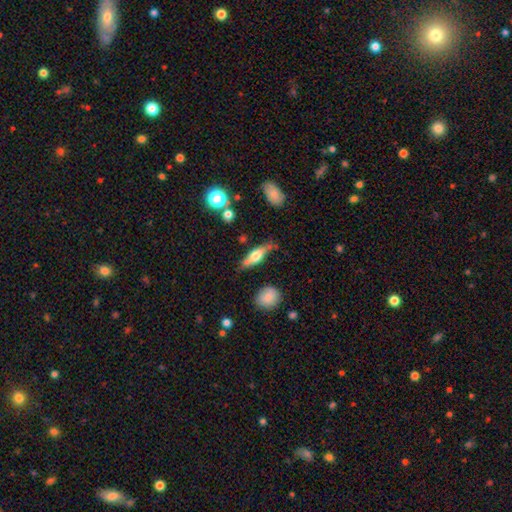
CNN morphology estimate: Smooth or featured? Predicted: smooth (p=0.54). How rounded? Predicted: in between (p=0.51). Merging? Predicted: none (p=0.68).